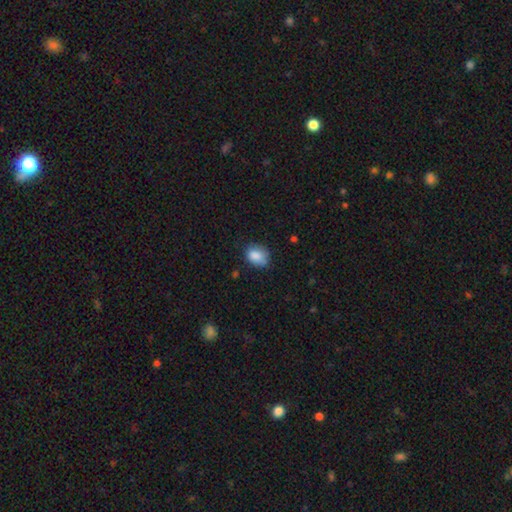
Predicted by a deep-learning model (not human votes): Morphology: type=smooth (85%); roundness=in between (54%); merging=none (65%).